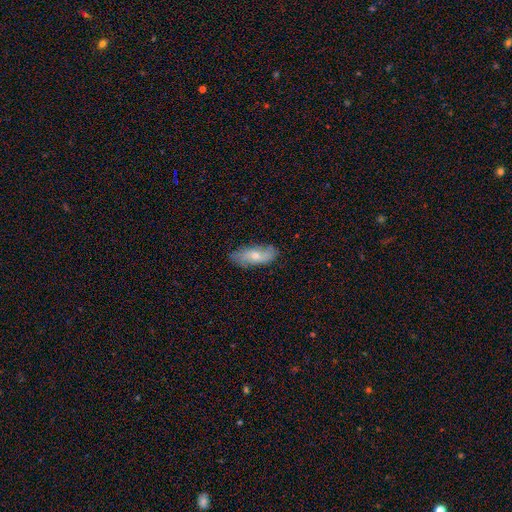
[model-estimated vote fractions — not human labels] Smooth or featured? Predicted: smooth (p=0.52). How rounded? Predicted: in between (p=0.79). Merging? Predicted: none (p=0.75).